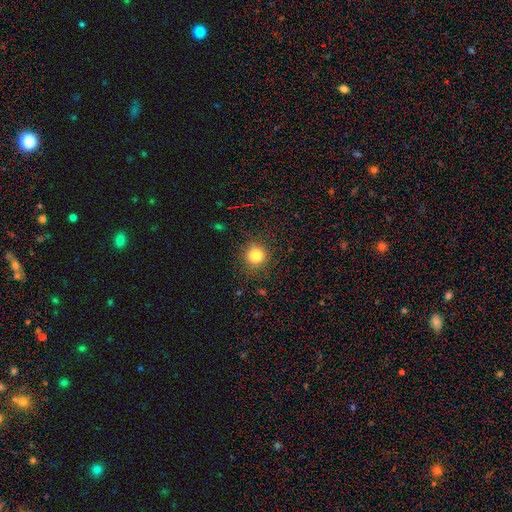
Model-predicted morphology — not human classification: smooth 83%, star or artifact 12%, featured or disk 5%. Down the decision tree: how rounded — round (89%); merging — none (85%).